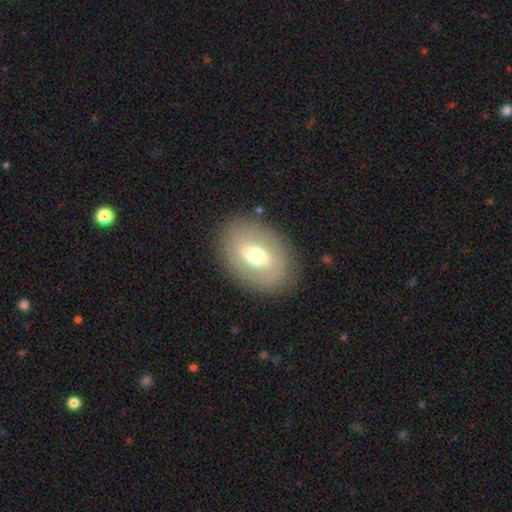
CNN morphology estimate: Smooth or featured?
  - smooth: 48% *
  - featured or disk: 45%
  - star or artifact: 7%
Merging?
  - none: 84% *
  - minor disturbance: 10%
  - major disturbance: 5%
  - merger: 1%